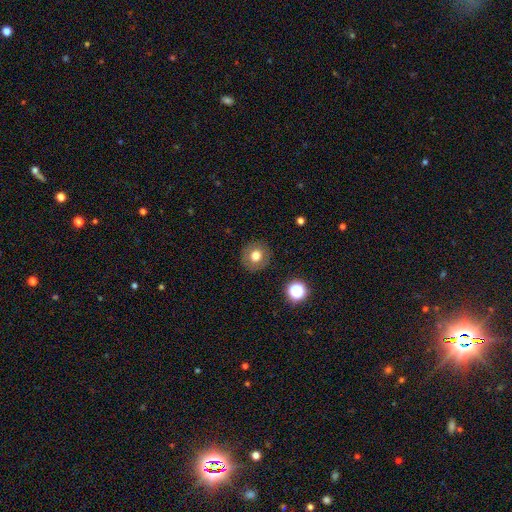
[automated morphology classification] The model was most divided on "smooth or featured": smooth: 72%, featured or disk: 16%, star or artifact: 11%. More confident: how rounded — round (90%); merging — none (88%).